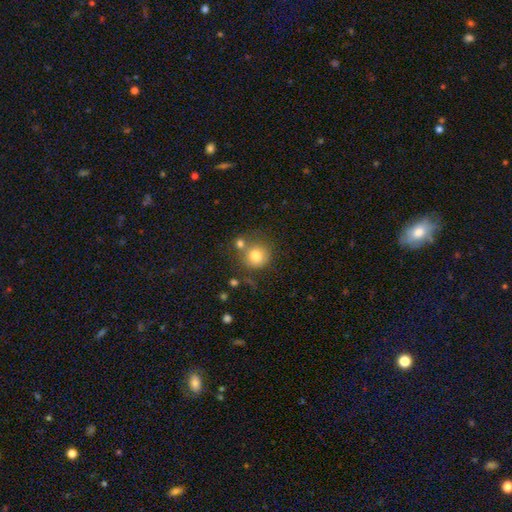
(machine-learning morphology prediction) Smooth or featured? smooth (78%)
How rounded? round (91%)
Merging? none (62%)